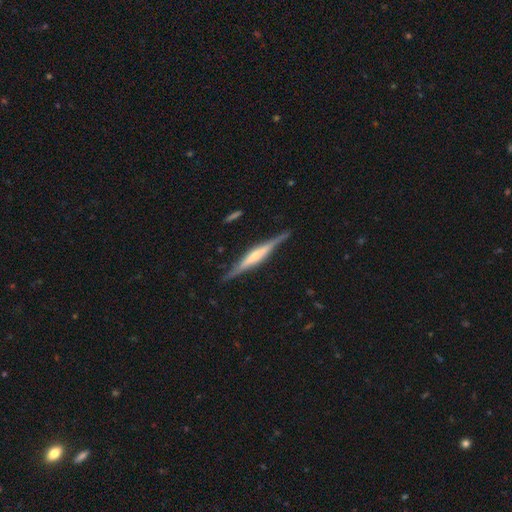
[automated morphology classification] A featured or disk galaxy (75%) viewed edge-on (97%) with a rounded central bulge (43%).

Vote fractions:
- Smooth or featured? featured or disk: 75% / smooth: 20% / star or artifact: 5%
- Edge-on disk? yes: 97% / no: 3%
- Edge-on bulge? rounded: 43% / boxy: 34% / none: 22%
- Merging? none: 86% / minor disturbance: 11% / major disturbance: 2% / merger: 1%